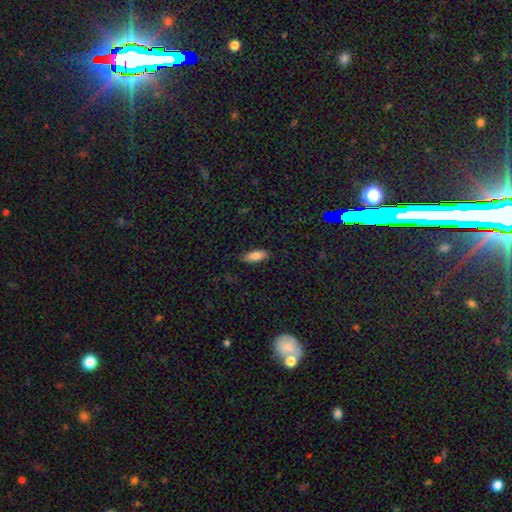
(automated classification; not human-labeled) This appears to be a smooth galaxy with no disk features (82%) that is in between round and cigar-shaped (76%). Merging: none (82%).